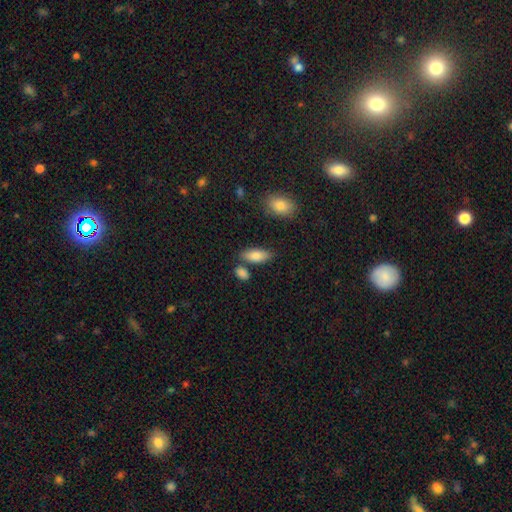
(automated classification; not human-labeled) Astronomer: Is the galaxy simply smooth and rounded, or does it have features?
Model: smooth — 82%.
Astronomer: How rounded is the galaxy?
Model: in between — 80%.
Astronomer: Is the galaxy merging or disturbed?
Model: none — 72%.